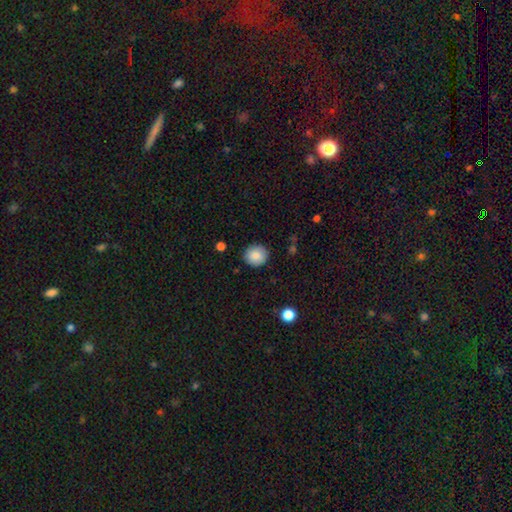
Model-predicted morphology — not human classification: Overall: smooth (87%). How rounded: round (88%). Merging: none (89%).